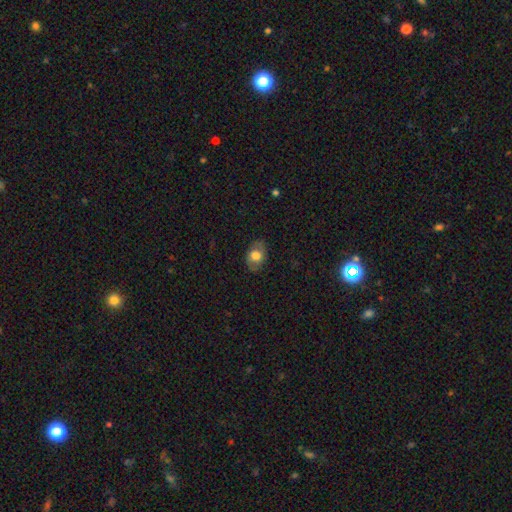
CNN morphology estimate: A smooth galaxy with no disk features (69%) that is in between round and cigar-shaped (79%).

Vote fractions:
- Smooth or featured? smooth: 69% / featured or disk: 23% / star or artifact: 8%
- How rounded? in between: 79% / round: 19% / cigar-shaped: 1%
- Merging? none: 80% / minor disturbance: 15% / major disturbance: 4% / merger: 1%